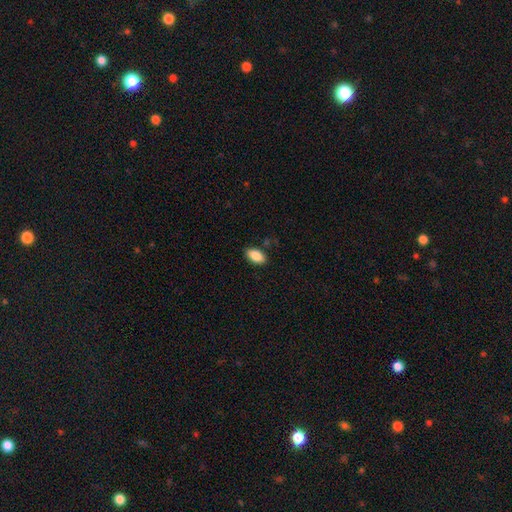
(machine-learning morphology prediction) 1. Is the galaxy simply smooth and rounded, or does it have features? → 87% smooth, 7% star or artifact, 5% featured or disk.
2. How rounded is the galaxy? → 93% in between, 4% round, 3% cigar-shaped.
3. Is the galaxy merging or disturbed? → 86% none, 10% minor disturbance, 2% major disturbance, 2% merger.